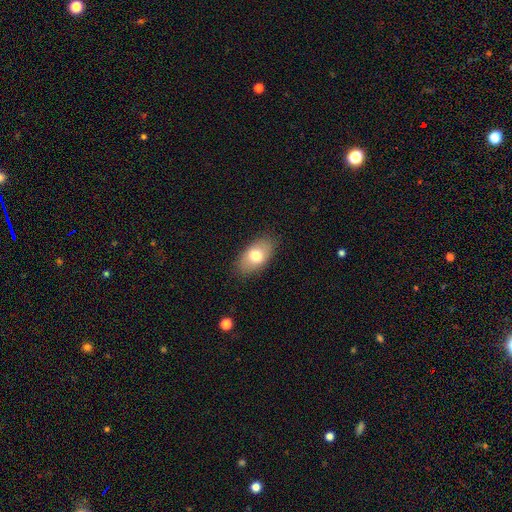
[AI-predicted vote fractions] The model was most divided on "smooth or featured": smooth: 74%, featured or disk: 19%, star or artifact: 7%. More confident: how rounded — in between (92%); merging — none (85%).